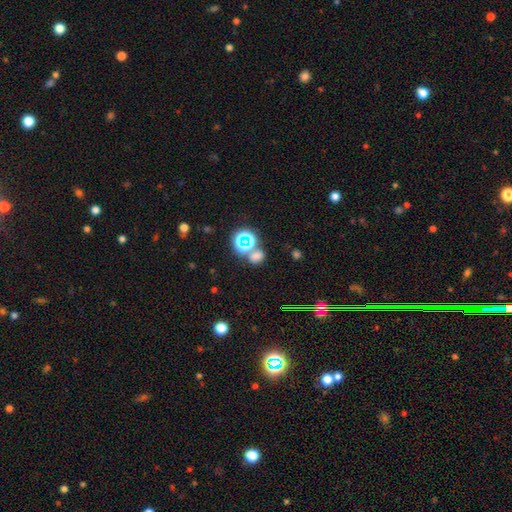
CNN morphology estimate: This is possibly a smooth galaxy (51%). How rounded: possibly round (51%). Merging: possibly none (55%).